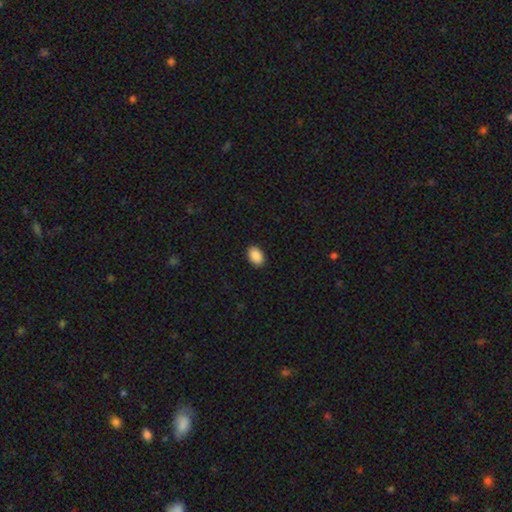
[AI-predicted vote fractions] A smooth galaxy with no disk features (90%) that is in between round and cigar-shaped (84%).

Vote fractions:
- Smooth or featured? smooth: 90% / star or artifact: 7% / featured or disk: 3%
- How rounded? in between: 84% / round: 15% / cigar-shaped: 1%
- Merging? none: 90% / minor disturbance: 7% / major disturbance: 2% / merger: 1%